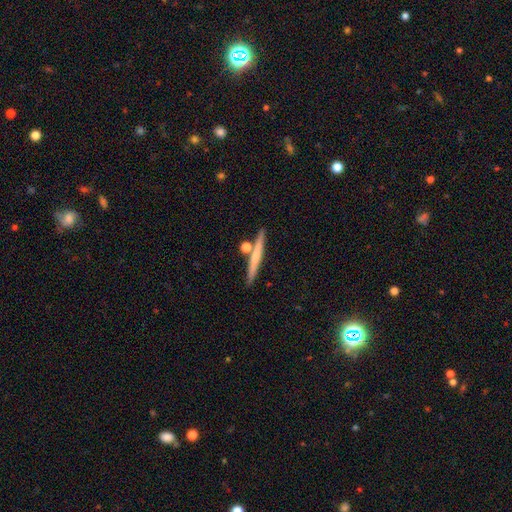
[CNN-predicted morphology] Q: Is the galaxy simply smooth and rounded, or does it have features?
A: smooth — 53%.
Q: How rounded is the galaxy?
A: cigar-shaped — 93%.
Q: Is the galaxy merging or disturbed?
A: none — 78%.